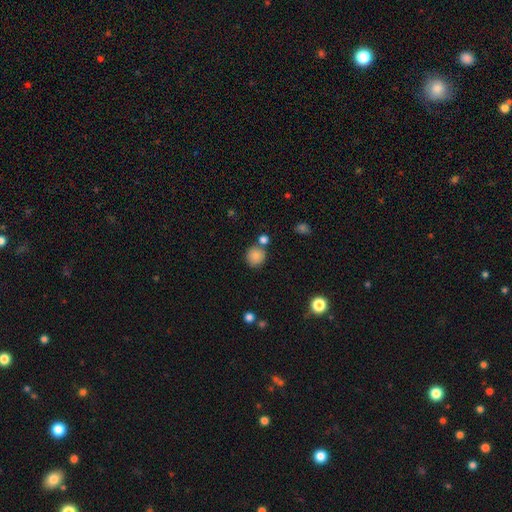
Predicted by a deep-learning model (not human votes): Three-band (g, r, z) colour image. It shows a smooth galaxy with no disk features (85%) that is round (89%). Merging: none (73%).